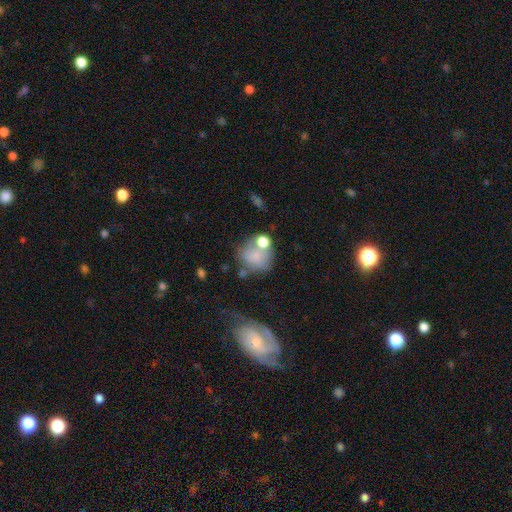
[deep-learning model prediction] Smooth or featured: smooth — 64% (featured or disk — 25%)
How rounded: round — 72% (in between — 27%)
Merging: none — 37% (merger — 29%)